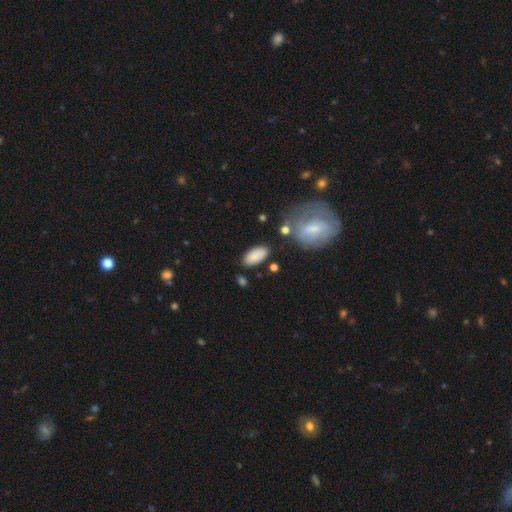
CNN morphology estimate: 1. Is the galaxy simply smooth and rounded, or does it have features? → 87% smooth, 7% star or artifact, 7% featured or disk.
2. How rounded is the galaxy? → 92% in between, 6% cigar-shaped, 3% round.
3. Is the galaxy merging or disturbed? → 80% none, 12% minor disturbance, 4% merger, 4% major disturbance.